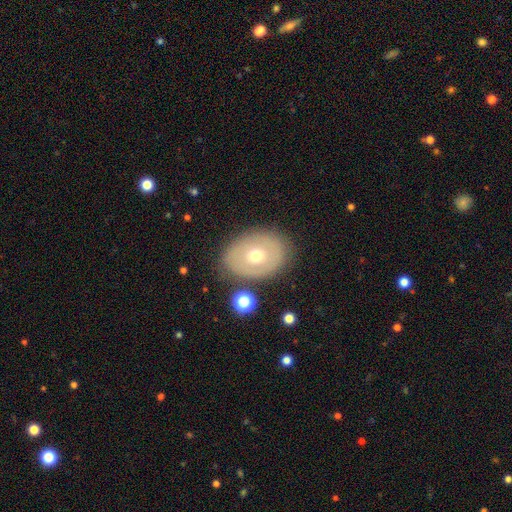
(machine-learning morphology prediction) This is possibly a smooth galaxy (47%). Merging: likely none (79%).